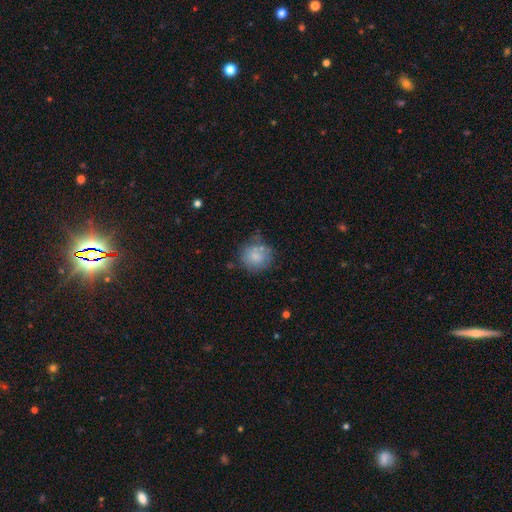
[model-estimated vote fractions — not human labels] Smooth or featured? smooth (76%)
How rounded? round (87%)
Merging? none (62%)